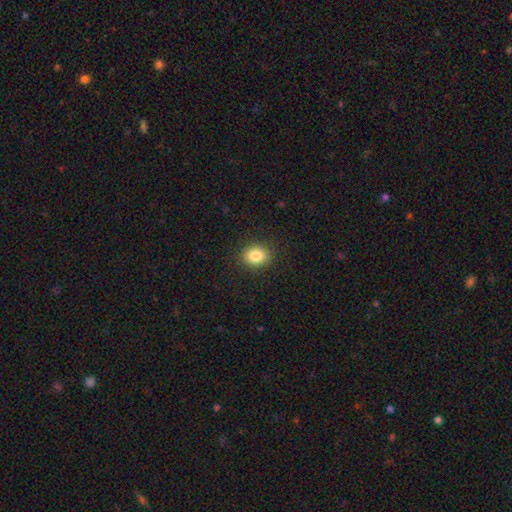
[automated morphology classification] smooth_or_featured: smooth (p=0.84) [alt: star or artifact p=0.10]
how_rounded: round (p=0.54) [alt: in between p=0.45]
merging: none (p=0.89) [alt: minor disturbance p=0.08]